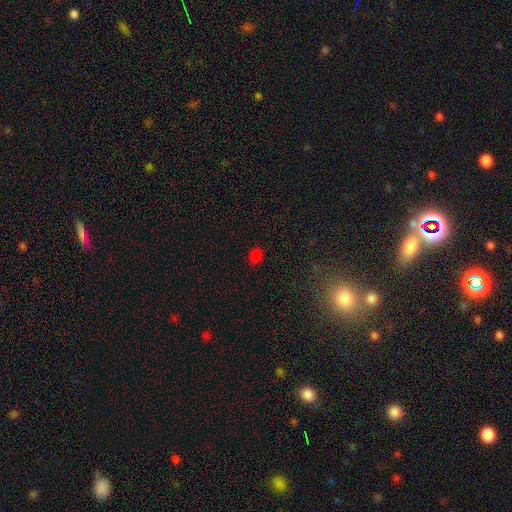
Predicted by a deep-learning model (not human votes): This is likely a smooth galaxy (75%). How rounded: possibly round (55%). Merging: clearly none (87%).